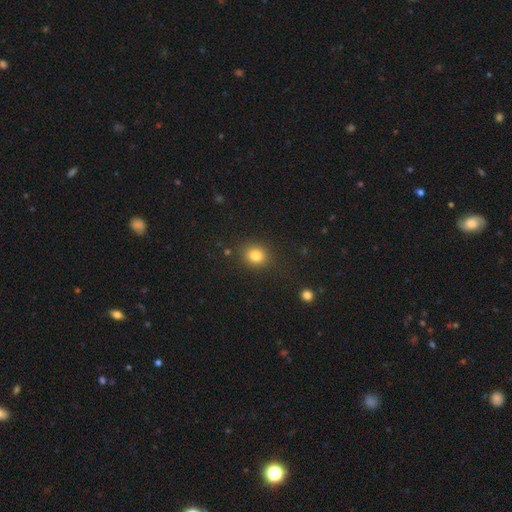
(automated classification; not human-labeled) This is clearly a smooth galaxy (82%). How rounded: likely round (76%). Merging: clearly none (86%).